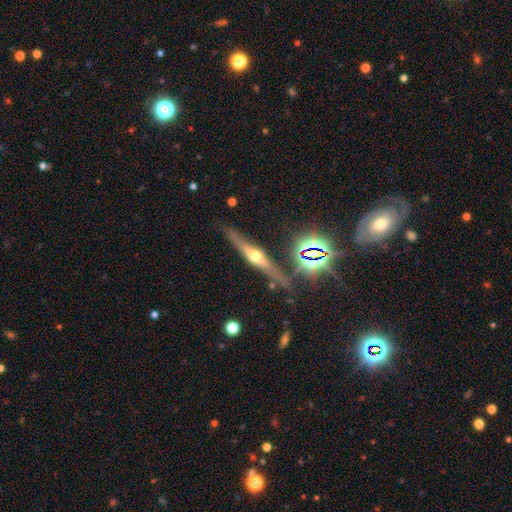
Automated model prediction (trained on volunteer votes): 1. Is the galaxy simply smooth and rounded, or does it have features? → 70% featured or disk, 19% smooth, 11% star or artifact.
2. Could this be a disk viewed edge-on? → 95% yes, 5% no.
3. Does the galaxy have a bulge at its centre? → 92% rounded, 5% boxy, 3% none.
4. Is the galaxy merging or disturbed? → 81% none, 12% minor disturbance, 4% merger, 3% major disturbance.